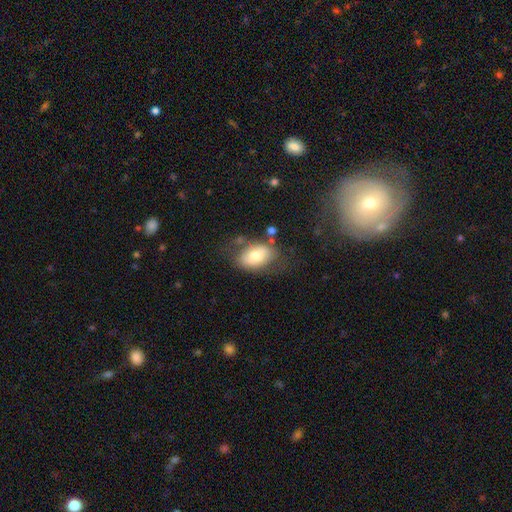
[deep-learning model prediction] Morphology: type=smooth (69%); roundness=in between (86%); merging=none (56%).